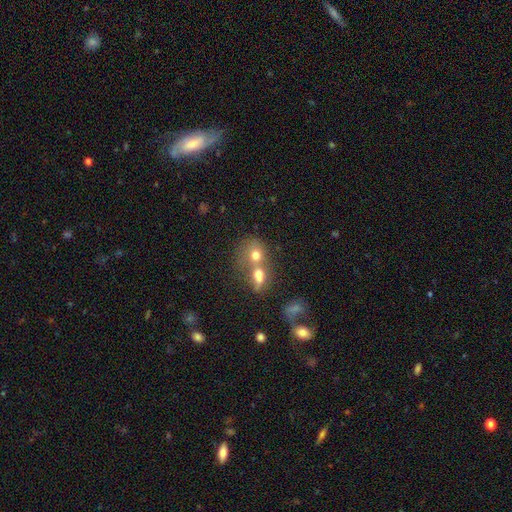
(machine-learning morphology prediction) type=smooth (68%); roundness=round (64%); merging=merger (63%).